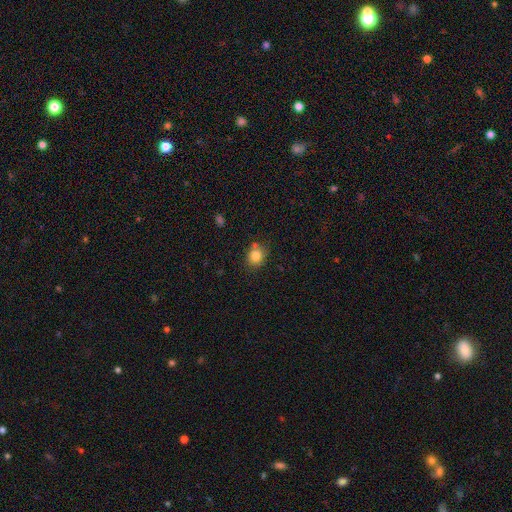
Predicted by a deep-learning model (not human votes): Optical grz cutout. It shows a smooth galaxy with no disk features (81%) that is round (70%). Merging: none (74%).